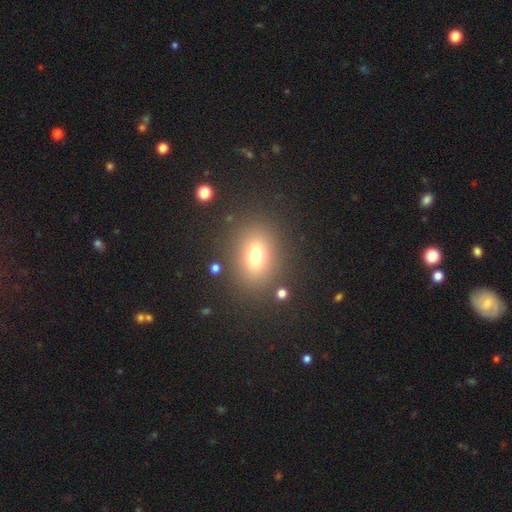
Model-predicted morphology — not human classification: Overall: smooth (72%). How rounded: in between (57%; round 42%). Merging: none (84%).